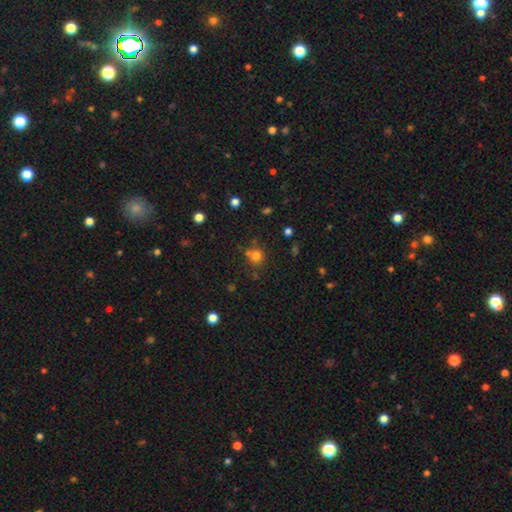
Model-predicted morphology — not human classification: A smooth galaxy with no disk features (75%) that is round (86%).

Vote fractions:
- Smooth or featured? smooth: 75% / star or artifact: 17% / featured or disk: 8%
- How rounded? round: 86% / in between: 13% / cigar-shaped: 1%
- Merging? none: 64% / merger: 18% / minor disturbance: 12% / major disturbance: 5%